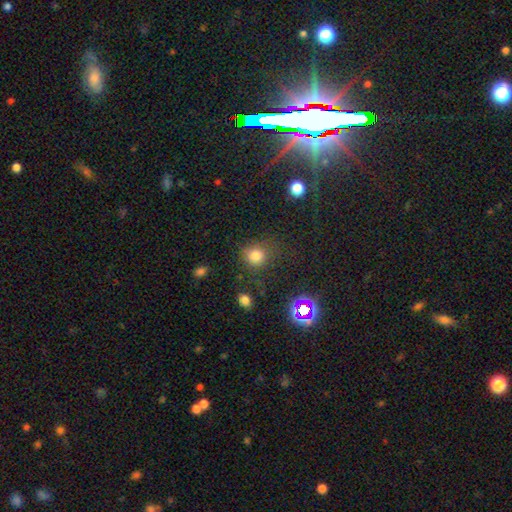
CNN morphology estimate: A smooth galaxy with no disk features (78%) that is round (85%).

Vote fractions:
- Smooth or featured? smooth: 78% / star or artifact: 16% / featured or disk: 6%
- How rounded? round: 85% / in between: 14% / cigar-shaped: 1%
- Merging? none: 75% / minor disturbance: 14% / major disturbance: 7% / merger: 4%